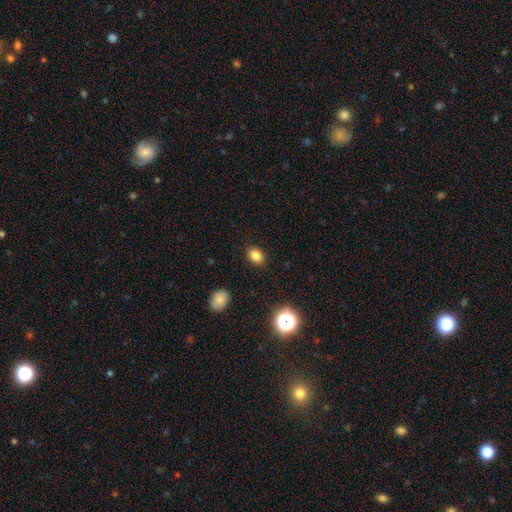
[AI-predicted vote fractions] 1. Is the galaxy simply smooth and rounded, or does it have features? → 83% smooth, 12% star or artifact, 5% featured or disk.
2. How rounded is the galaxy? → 66% in between, 33% round, 1% cigar-shaped.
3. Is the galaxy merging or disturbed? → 89% none, 8% minor disturbance, 2% major disturbance, 1% merger.